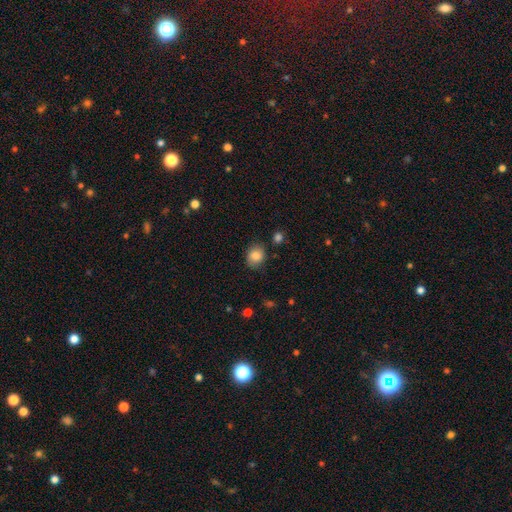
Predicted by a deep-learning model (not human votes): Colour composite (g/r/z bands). It shows a smooth galaxy with no disk features (84%) that is round (54%). Merging: none (81%).